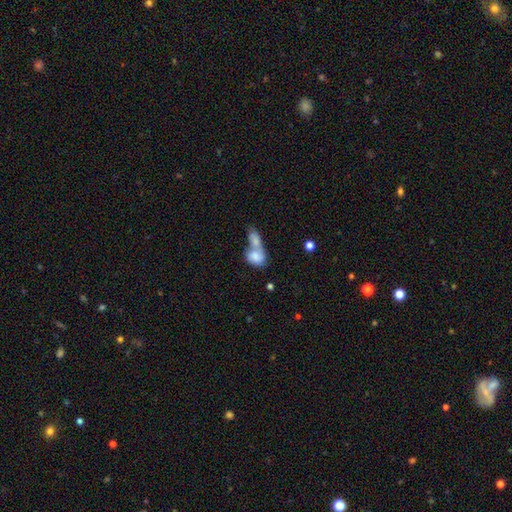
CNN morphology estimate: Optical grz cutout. It shows a smooth galaxy with no disk features (77%) that is in between round and cigar-shaped (70%). Merging: merger (76%).